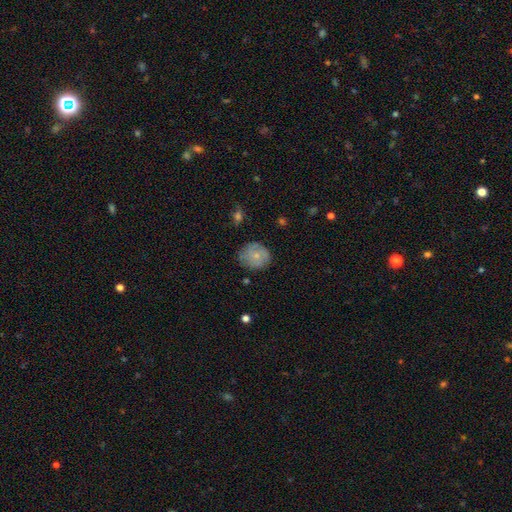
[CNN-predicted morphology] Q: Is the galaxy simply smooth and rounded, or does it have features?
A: smooth — 63%.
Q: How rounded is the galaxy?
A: round — 76%.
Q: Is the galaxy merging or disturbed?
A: none — 67%.